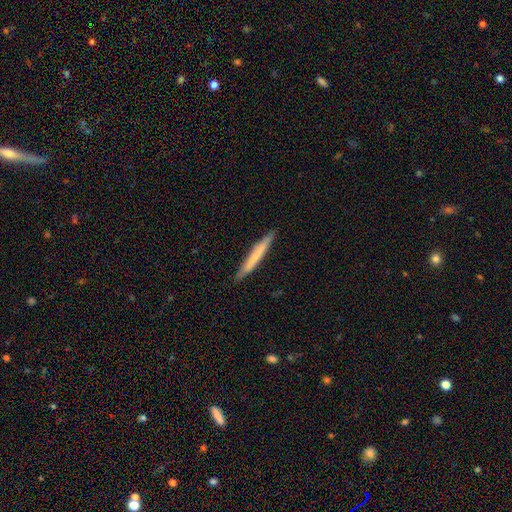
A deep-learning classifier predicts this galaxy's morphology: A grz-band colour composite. It shows a smooth galaxy with no disk features (61%) that is cigar-shaped (96%). Merging: none (90%).